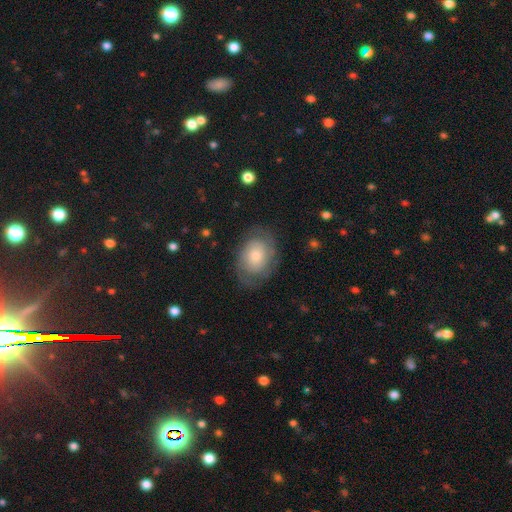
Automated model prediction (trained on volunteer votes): Smooth or featured? Predicted: featured or disk (p=0.49). Merging? Predicted: none (p=0.72).